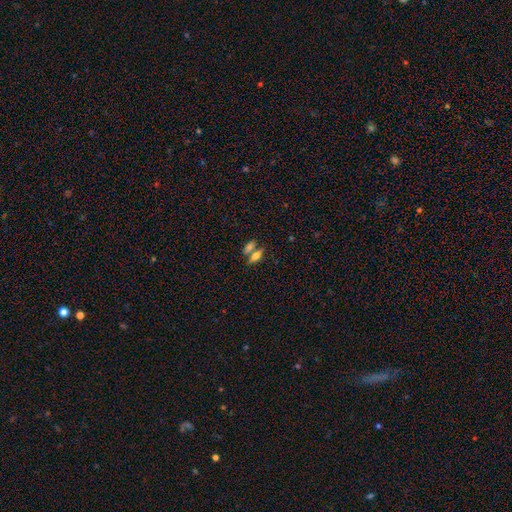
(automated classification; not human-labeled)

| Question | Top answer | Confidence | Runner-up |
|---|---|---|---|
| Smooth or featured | smooth | 65% | featured or disk (25%) |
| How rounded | in between | 62% | cigar-shaped (32%) |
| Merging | none | 49% | merger (38%) |